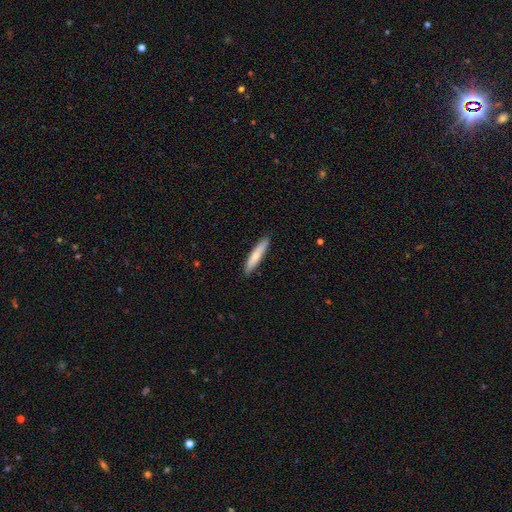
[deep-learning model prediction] Smooth or featured?
  - smooth: 71% *
  - featured or disk: 24%
  - star or artifact: 5%
How rounded?
  - cigar-shaped: 87% *
  - in between: 12%
  - round: 1%
Merging?
  - none: 89% *
  - minor disturbance: 9%
  - major disturbance: 1%
  - merger: 1%